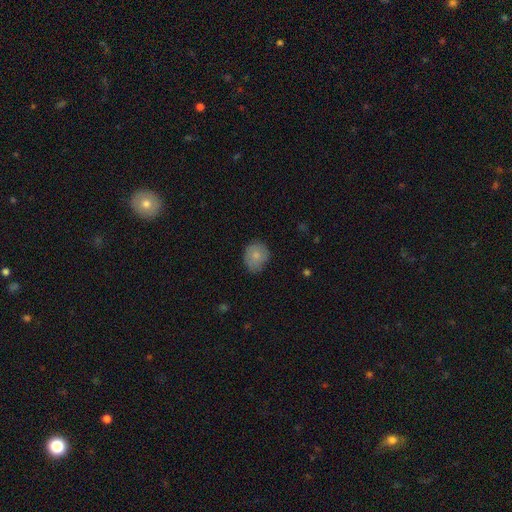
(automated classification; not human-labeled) Q: Smooth or featured?
A: smooth (77%); runner-up: featured or disk (15%)
Q: How rounded?
A: round (75%); runner-up: in between (24%)
Q: Merging?
A: none (67%); runner-up: minor disturbance (27%)